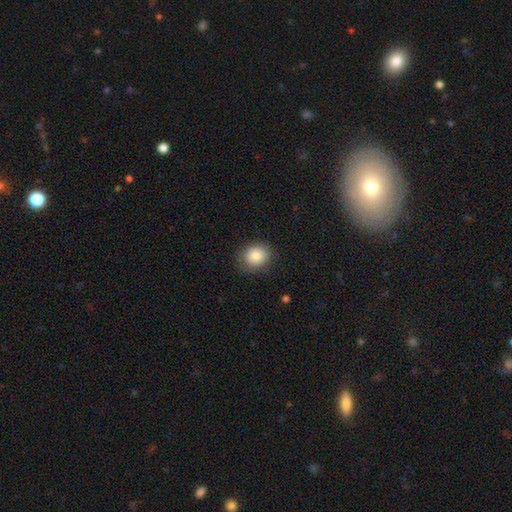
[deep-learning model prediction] Smooth or featured?
  - smooth: 83% *
  - featured or disk: 8%
  - star or artifact: 8%
How rounded?
  - round: 64% *
  - in between: 35%
  - cigar-shaped: 1%
Merging?
  - none: 78% *
  - minor disturbance: 16%
  - major disturbance: 4%
  - merger: 1%